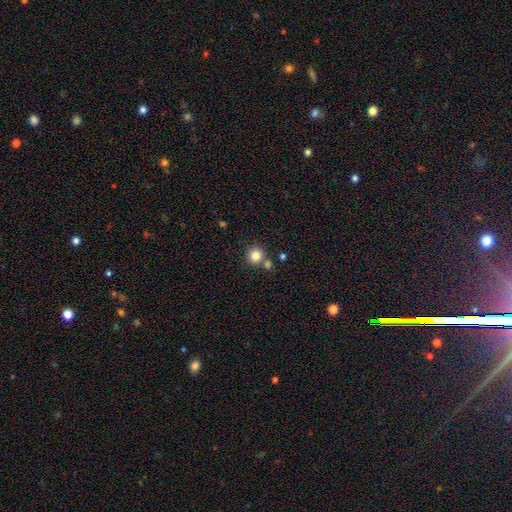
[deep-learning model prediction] Overall: smooth (84%). How rounded: round (91%). Merging: none (72%).